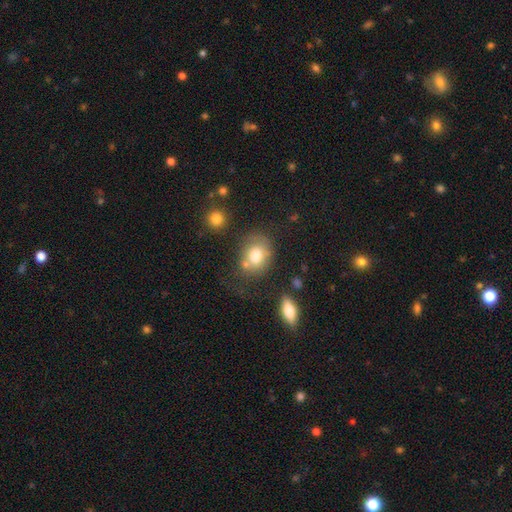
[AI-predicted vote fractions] Q: Smooth or featured?
A: smooth (74%); runner-up: featured or disk (16%)
Q: How rounded?
A: round (53%); runner-up: in between (46%)
Q: Merging?
A: none (53%); runner-up: minor disturbance (21%)